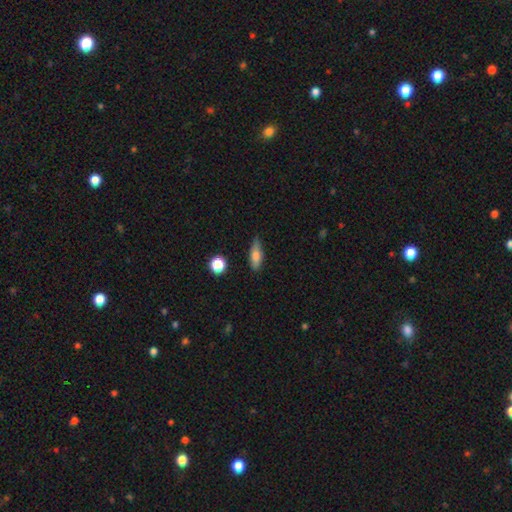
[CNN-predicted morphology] A smooth galaxy with no disk features (72%) that is in between round and cigar-shaped (60%).

Vote fractions:
- Smooth or featured? smooth: 72% / featured or disk: 20% / star or artifact: 8%
- How rounded? in between: 60% / cigar-shaped: 36% / round: 4%
- Merging? none: 77% / minor disturbance: 18% / major disturbance: 3% / merger: 2%